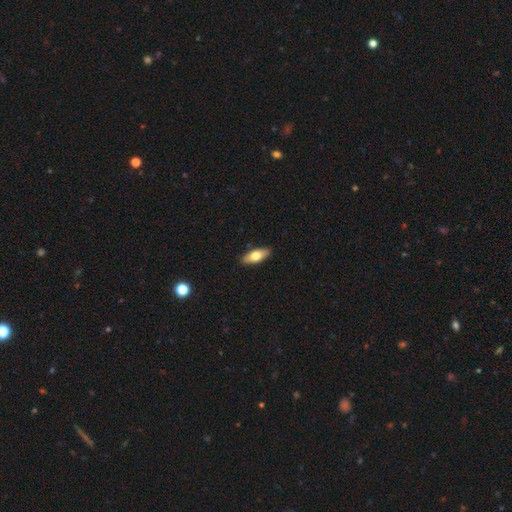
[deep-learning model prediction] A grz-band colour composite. It shows a smooth galaxy with no disk features (69%) that is in between round and cigar-shaped (76%). Merging: none (89%).